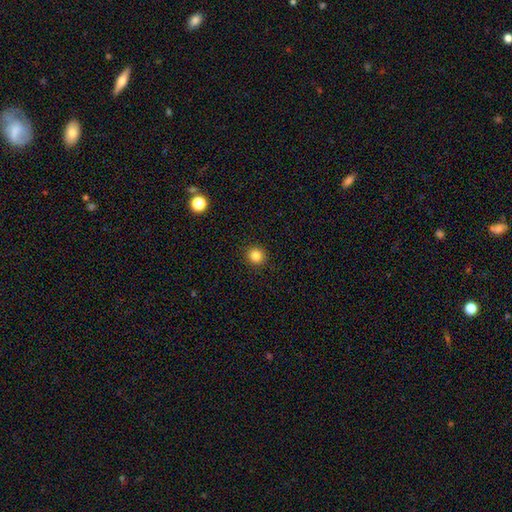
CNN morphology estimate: smooth_or_featured: smooth (p=0.84) [alt: star or artifact p=0.12]
how_rounded: round (p=0.91) [alt: in between p=0.08]
merging: none (p=0.92) [alt: minor disturbance p=0.05]